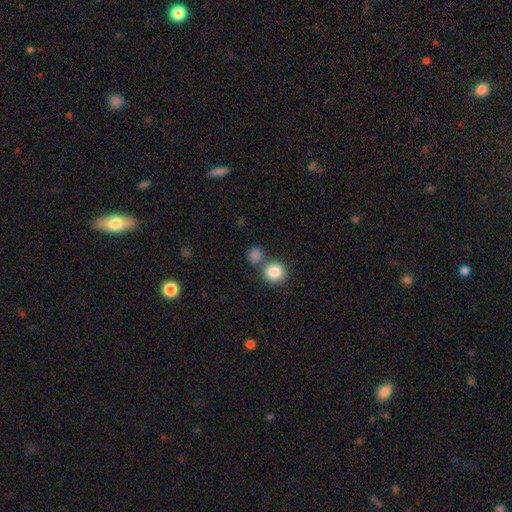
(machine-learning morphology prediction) This is clearly a smooth galaxy (81%). How rounded: clearly round (85%). Merging: likely none (63%).